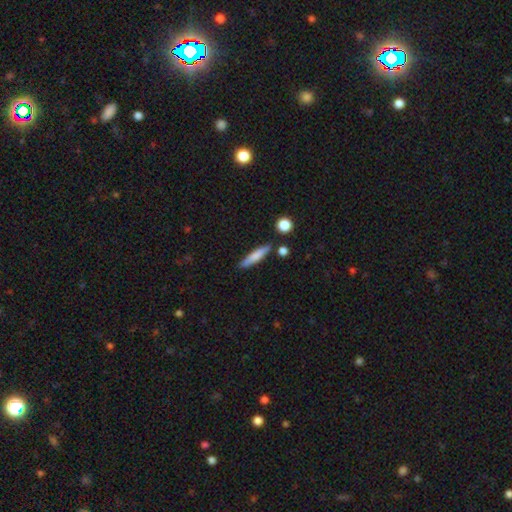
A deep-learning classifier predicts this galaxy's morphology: A smooth galaxy with no disk features (73%) that is cigar-shaped (88%).

Vote fractions:
- Smooth or featured? smooth: 73% / featured or disk: 21% / star or artifact: 6%
- How rounded? cigar-shaped: 88% / in between: 10% / round: 2%
- Merging? none: 82% / minor disturbance: 10% / merger: 5% / major disturbance: 2%